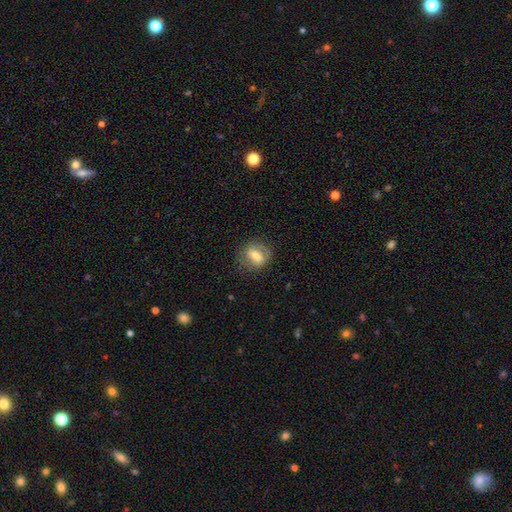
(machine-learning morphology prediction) type=smooth (60%); roundness=round (51%); merging=none (70%).